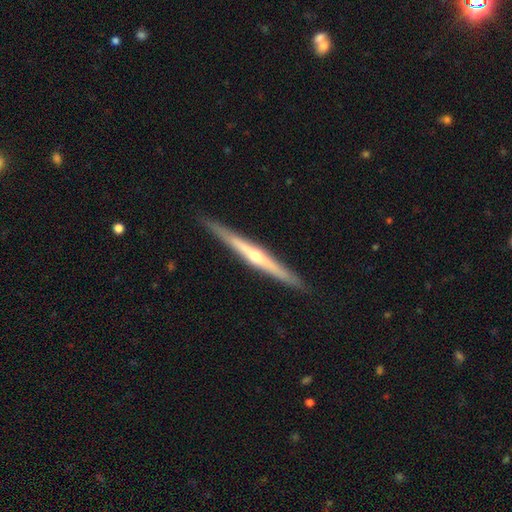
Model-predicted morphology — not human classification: This is likely a featured or disk galaxy (75%). It is clearly viewed edge-on (98%). Edge-on bulge: clearly rounded (83%). Merging: clearly none (91%).